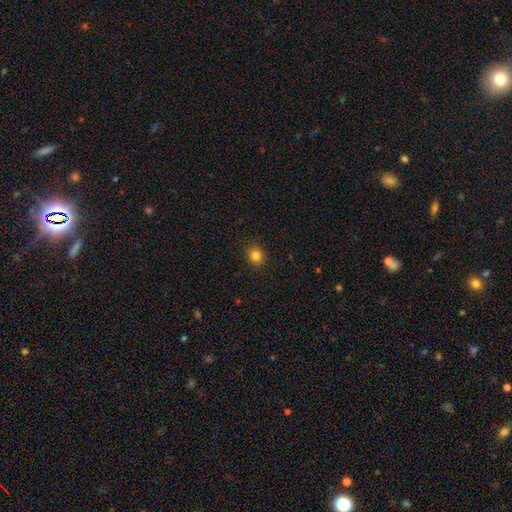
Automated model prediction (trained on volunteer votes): A smooth galaxy with no disk features (83%) that is round (81%). Merging: none (90%).